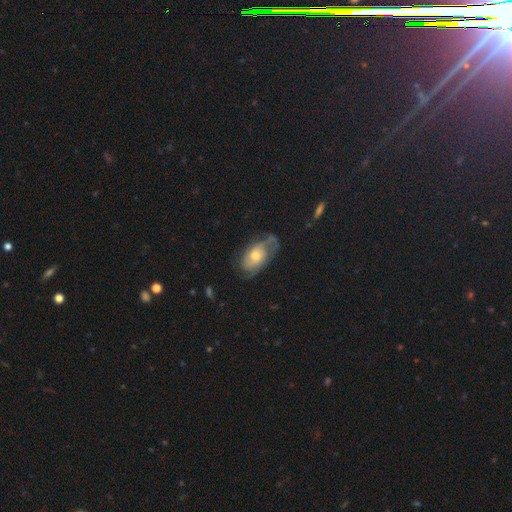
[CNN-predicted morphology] This is likely a featured or disk galaxy (61%). It is clearly not viewed edge-on (93%). Bar: likely no (77%). Spiral arm pattern: likely yes (80%). Central bulge: possibly moderate (55%). Merging: possibly none (53%).